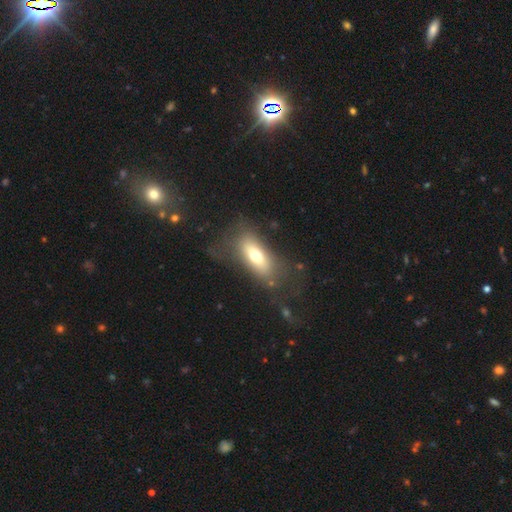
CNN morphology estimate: smooth-or-featured: smooth: 65% | featured or disk: 27% | star or artifact: 9%
  how-rounded: in between: 79% | cigar-shaped: 16% | round: 5%
  merging: none: 64% | minor disturbance: 18% | major disturbance: 16% | merger: 2%